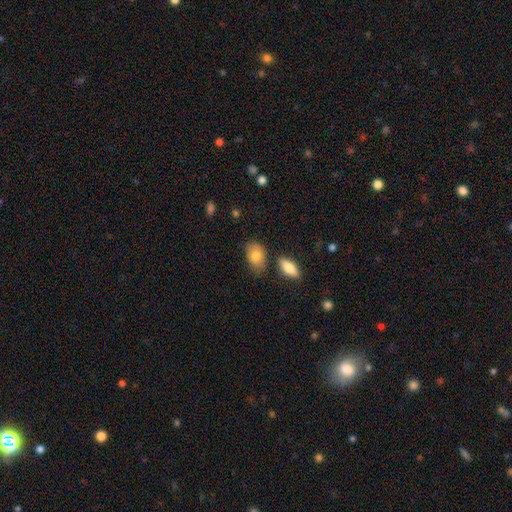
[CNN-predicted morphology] smooth_or_featured: smooth (p=0.80) [alt: featured or disk p=0.13]
how_rounded: in between (p=0.86) [alt: round p=0.12]
merging: none (p=0.63) [alt: minor disturbance p=0.24]